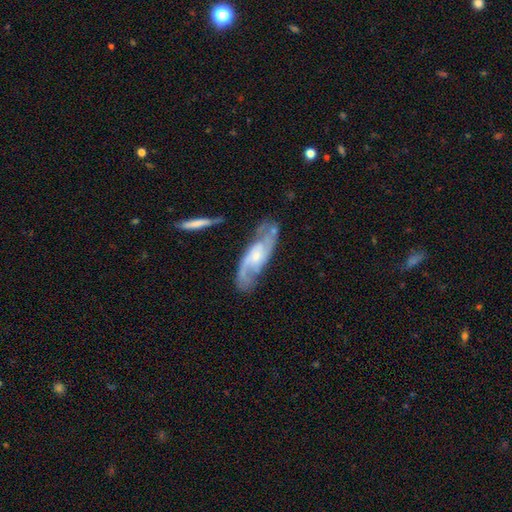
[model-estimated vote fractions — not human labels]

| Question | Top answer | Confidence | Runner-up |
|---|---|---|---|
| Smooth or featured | featured or disk | 83% | smooth (11%) |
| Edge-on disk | no | 90% | yes (10%) |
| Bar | no | 57% | weak (34%) |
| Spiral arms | yes | 95% | no (5%) |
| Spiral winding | medium | 50% | loose (27%) |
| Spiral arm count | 2 | 85% | can't tell (7%) |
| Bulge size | small | 60% | moderate (33%) |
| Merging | none | 69% | minor disturbance (19%) |